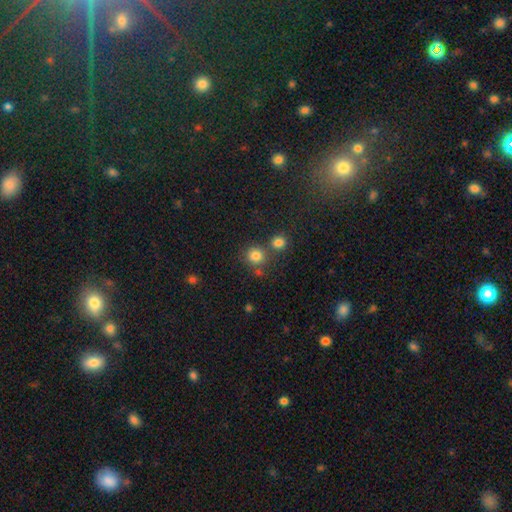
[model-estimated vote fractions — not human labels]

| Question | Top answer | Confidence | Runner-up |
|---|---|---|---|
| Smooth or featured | smooth | 80% | star or artifact (14%) |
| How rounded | round | 89% | in between (10%) |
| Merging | none | 66% | merger (22%) |